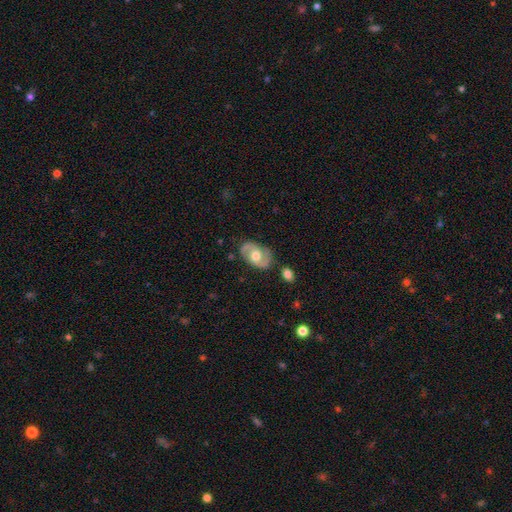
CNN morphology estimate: A featured or disk galaxy (74%) with no bar (61%), 2 (89%) medium (51%) spiral arms (85%) and a moderate central bulge (69%). Merging: none (78%).